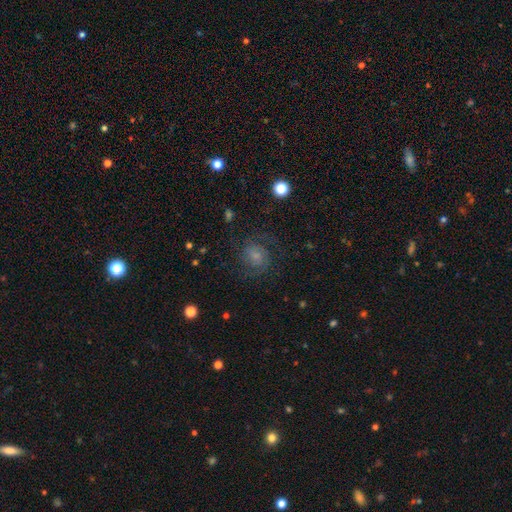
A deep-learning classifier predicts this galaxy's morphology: The model was most divided on "spiral winding": medium: 48%, tight: 34%, loose: 18%. More confident: edge-on disk — no (98%); spiral arms — yes (90%); merging — none (70%); spiral arm count — 2 (66%); bar — no (63%); smooth or featured — featured or disk (61%); bulge size — small (51%).